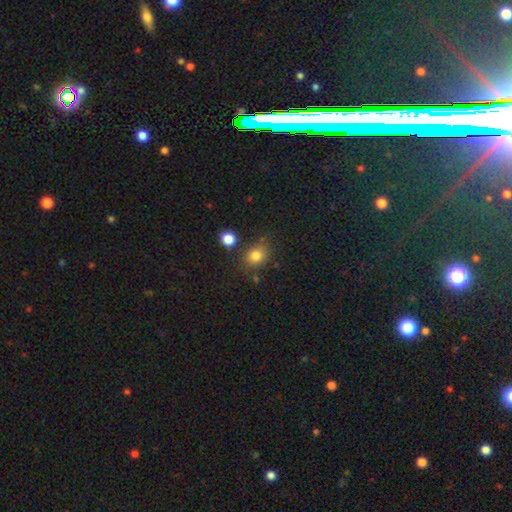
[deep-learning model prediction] Smooth or featured?
  - smooth: 82% *
  - star or artifact: 12%
  - featured or disk: 6%
How rounded?
  - round: 54% *
  - in between: 45%
  - cigar-shaped: 1%
Merging?
  - none: 75% *
  - minor disturbance: 14%
  - merger: 7%
  - major disturbance: 4%